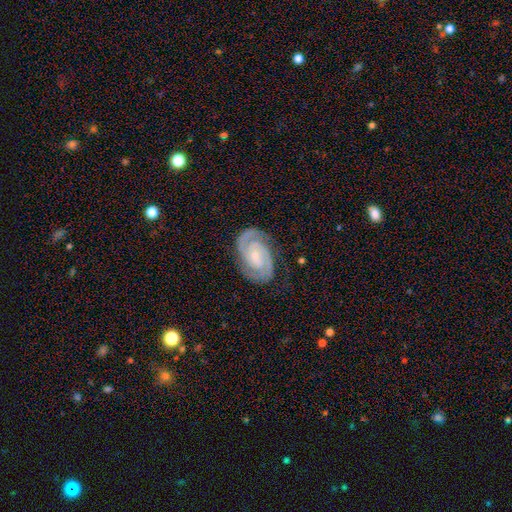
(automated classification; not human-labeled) This is clearly a featured or disk galaxy (90%). It is clearly not viewed edge-on (98%). Bar: possibly no (56%). Spiral arm pattern: clearly yes (98%). Spiral arm count: clearly 2 (91%). Spiral winding: likely tight (63%). Central bulge: likely small (67%). Merging: clearly none (83%).